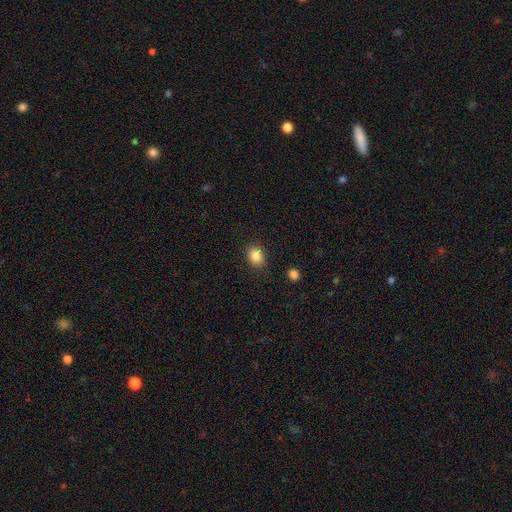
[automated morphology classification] A smooth galaxy with no disk features (85%) that is in between round and cigar-shaped (53%).

Vote fractions:
- Smooth or featured? smooth: 85% / star or artifact: 10% / featured or disk: 5%
- How rounded? in between: 53% / round: 46% / cigar-shaped: 1%
- Merging? none: 85% / minor disturbance: 10% / major disturbance: 3% / merger: 2%